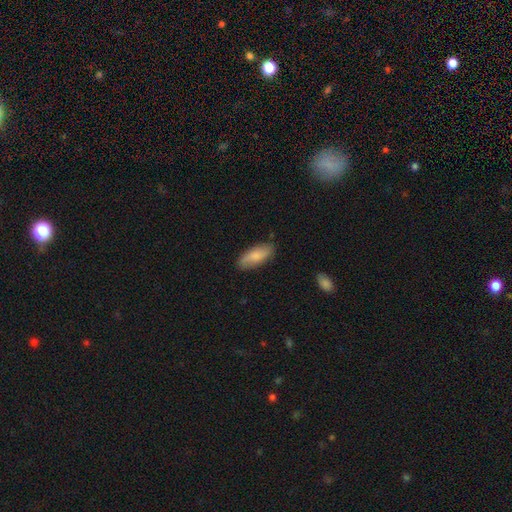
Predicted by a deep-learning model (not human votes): smooth-or-featured: smooth: 76% | featured or disk: 19% | star or artifact: 6%
  how-rounded: in between: 80% | cigar-shaped: 18% | round: 2%
  merging: none: 83% | minor disturbance: 13% | major disturbance: 2% | merger: 1%